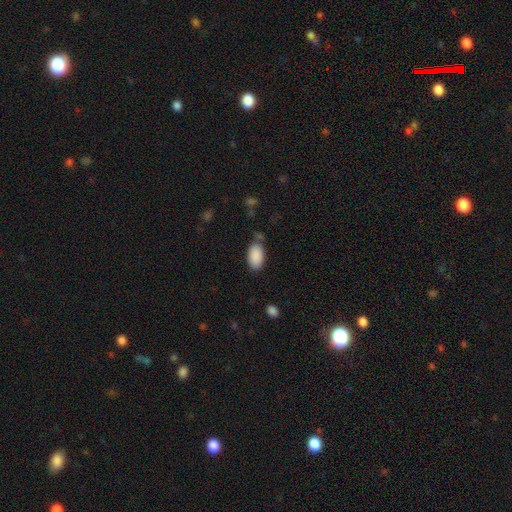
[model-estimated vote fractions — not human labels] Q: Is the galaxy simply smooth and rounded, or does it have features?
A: smooth — 90%.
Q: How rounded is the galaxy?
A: in between — 95%.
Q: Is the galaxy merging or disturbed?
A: none — 74%.